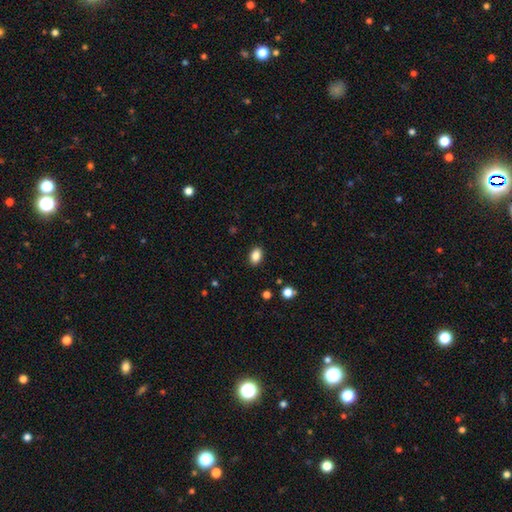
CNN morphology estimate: smooth 86%, star or artifact 9%, featured or disk 5%. Down the decision tree: how rounded — in between (83%); merging — none (89%).